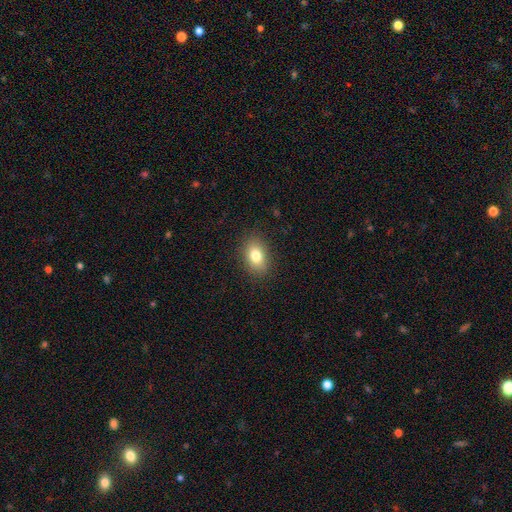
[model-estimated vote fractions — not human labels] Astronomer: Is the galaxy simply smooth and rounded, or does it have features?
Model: smooth — 79%.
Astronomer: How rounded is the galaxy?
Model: in between — 82%.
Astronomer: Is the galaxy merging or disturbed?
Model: none — 87%.